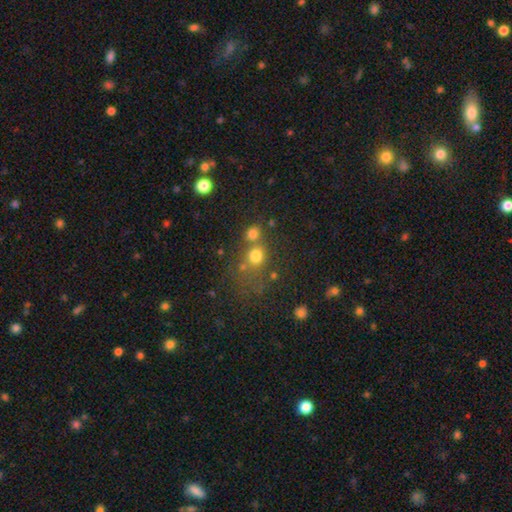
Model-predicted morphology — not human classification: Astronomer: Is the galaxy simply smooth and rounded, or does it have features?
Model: smooth — 72%.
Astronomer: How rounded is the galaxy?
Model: round — 78%.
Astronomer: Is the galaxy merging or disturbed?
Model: none — 48% (runner-up: merger, 35%).